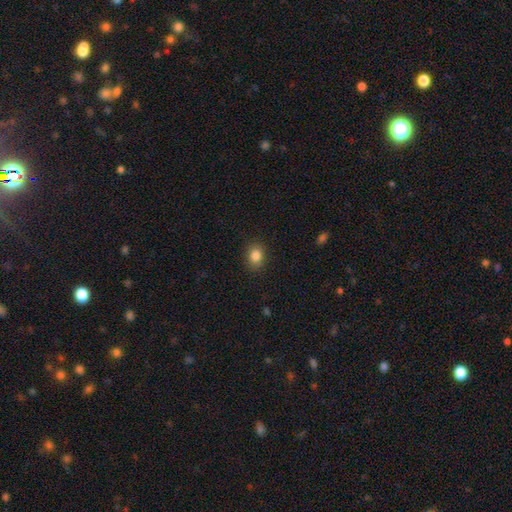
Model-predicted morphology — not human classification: The model was most divided on "how rounded": in between: 57%, round: 42%, cigar-shaped: 1%. More confident: merging — none (87%); smooth or featured — smooth (86%).